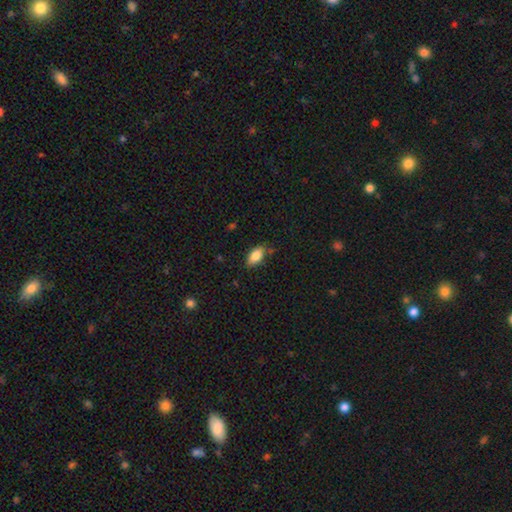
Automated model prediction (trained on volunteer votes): Overall: smooth (85%). How rounded: in between (91%). Merging: none (78%).